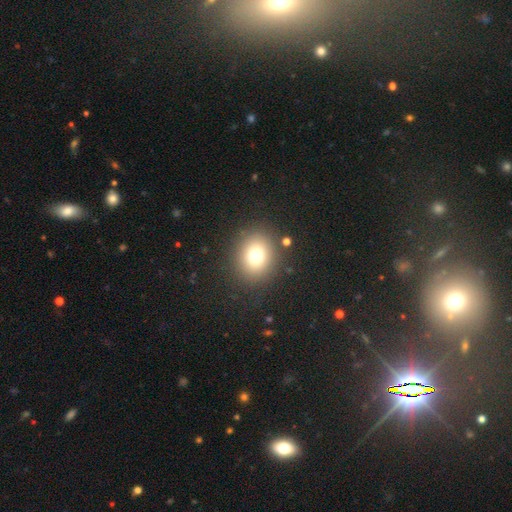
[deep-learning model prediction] Smooth or featured? Predicted: smooth (p=0.75). How rounded? Predicted: round (p=0.66). Merging? Predicted: none (p=0.86).